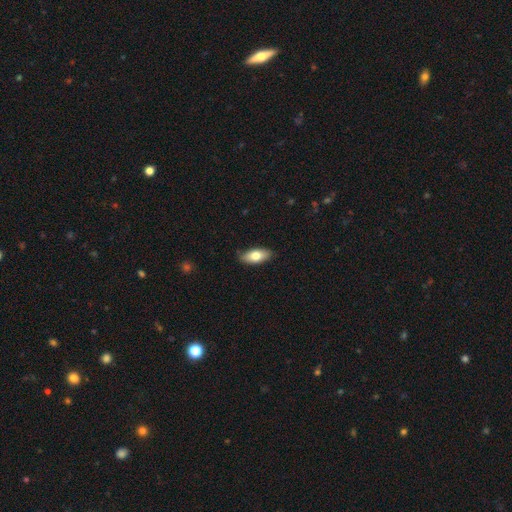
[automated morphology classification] smooth_or_featured: smooth (p=0.75) [alt: featured or disk p=0.19]
how_rounded: in between (p=0.85) [alt: cigar-shaped p=0.12]
merging: none (p=0.86) [alt: minor disturbance p=0.11]